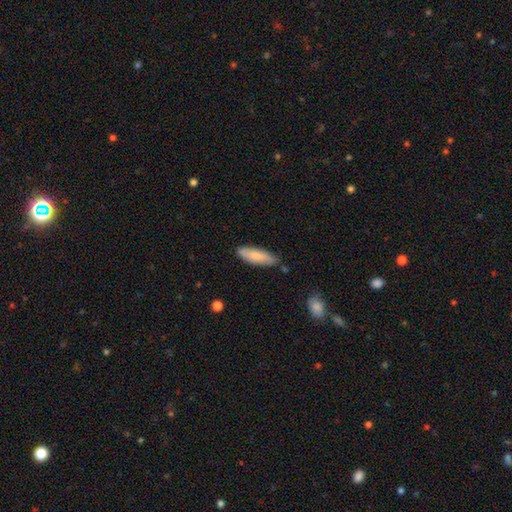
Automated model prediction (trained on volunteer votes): A smooth galaxy with no disk features (80%) that is in between round and cigar-shaped (50%). Merging: none (79%).